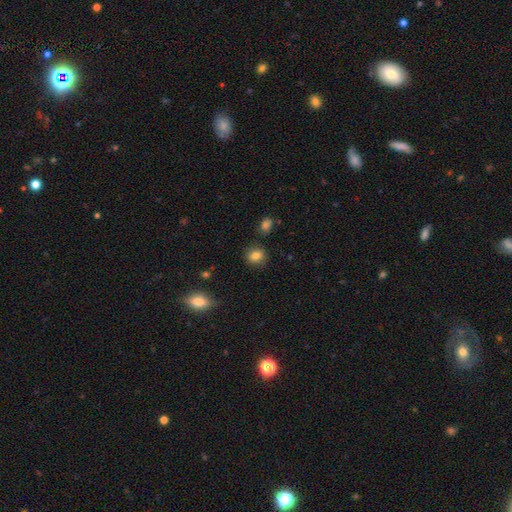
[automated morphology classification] A smooth galaxy with no disk features (82%) that is round (66%). Merging: none (84%).